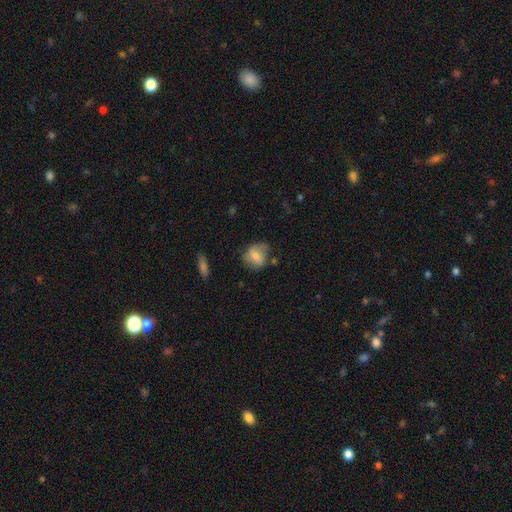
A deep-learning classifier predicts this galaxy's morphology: Overall: smooth (63%; featured or disk 29%). How rounded: round (55%; in between 43%). Merging: none (58%; minor disturbance 28%).